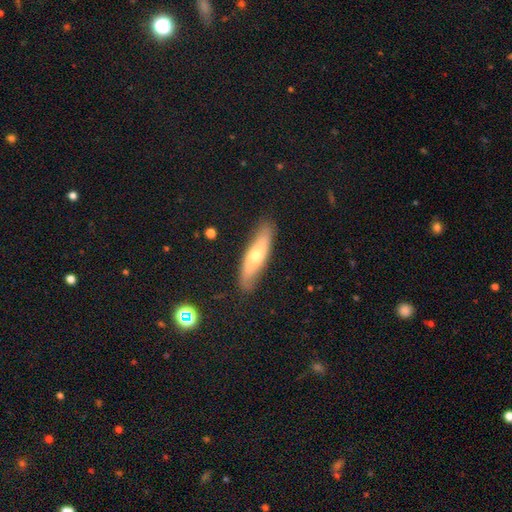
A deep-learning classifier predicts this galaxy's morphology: This is possibly a smooth galaxy (51%). How rounded: likely cigar-shaped (66%). Merging: clearly none (84%).